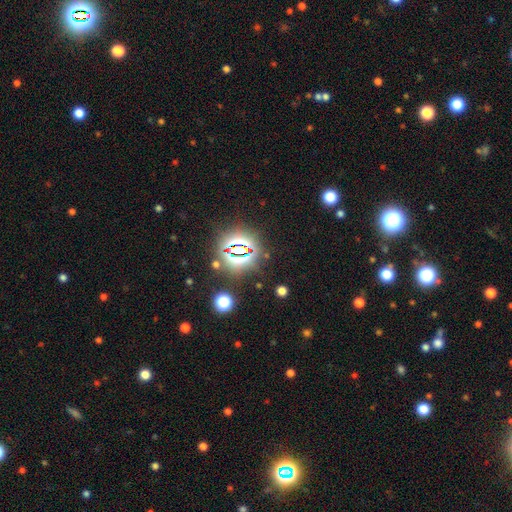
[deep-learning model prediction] This appears to be a star or artifact, not a galaxy (81%).